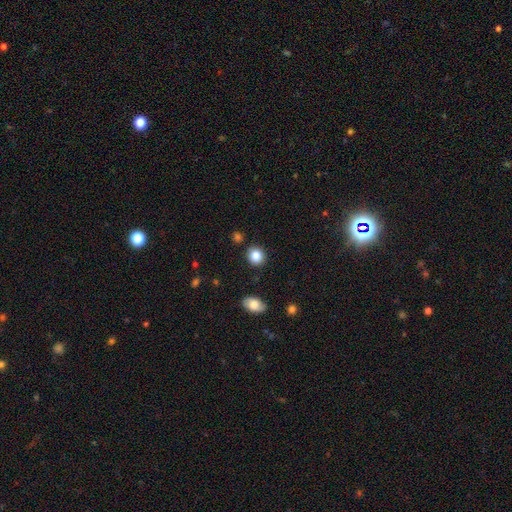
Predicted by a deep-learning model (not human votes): This appears to be a smooth galaxy with no disk features (85%) that is round (78%). Merging: none (87%).